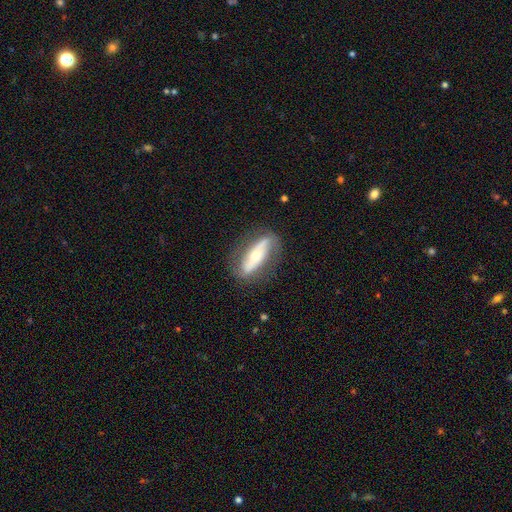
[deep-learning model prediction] This appears to be a featured or disk galaxy (65%). Merging: none (77%).